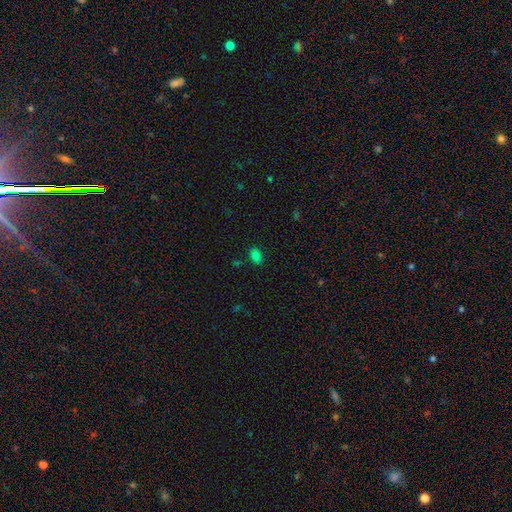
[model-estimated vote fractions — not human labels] Morphology: type=smooth (80%); roundness=in between (84%); merging=none (85%).